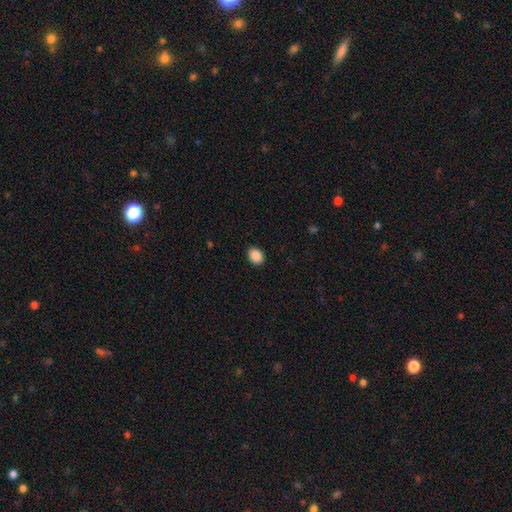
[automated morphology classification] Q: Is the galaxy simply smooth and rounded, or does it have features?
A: smooth — 90%.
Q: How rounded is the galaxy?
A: in between — 64%.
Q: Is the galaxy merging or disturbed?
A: none — 90%.